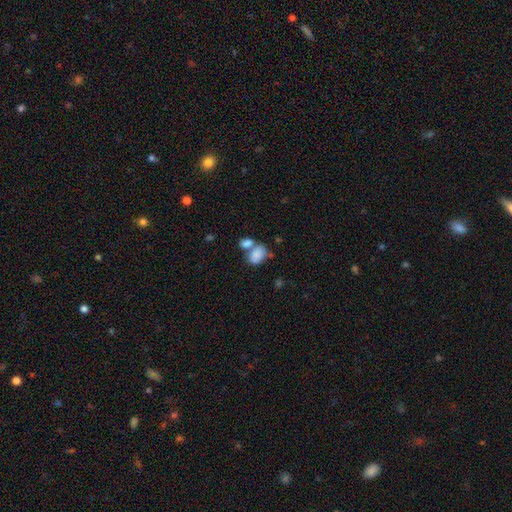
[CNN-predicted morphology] The model was most divided on "merging": merger: 50%, none: 32%, minor disturbance: 11%, major disturbance: 6%. More confident: smooth or featured — smooth (83%); how rounded — in between (78%).